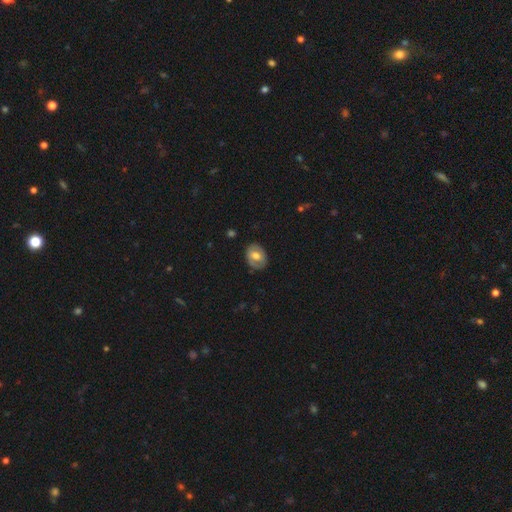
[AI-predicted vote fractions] Morphology: type=smooth (55%); roundness=in between (66%); merging=none (78%).